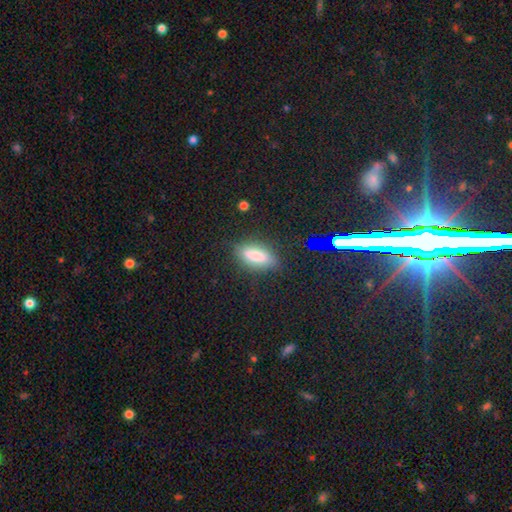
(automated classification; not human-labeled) Smooth or featured?
  - smooth: 74% *
  - featured or disk: 15%
  - star or artifact: 11%
How rounded?
  - in between: 69% *
  - cigar-shaped: 28%
  - round: 3%
Merging?
  - none: 79% *
  - minor disturbance: 14%
  - major disturbance: 5%
  - merger: 2%